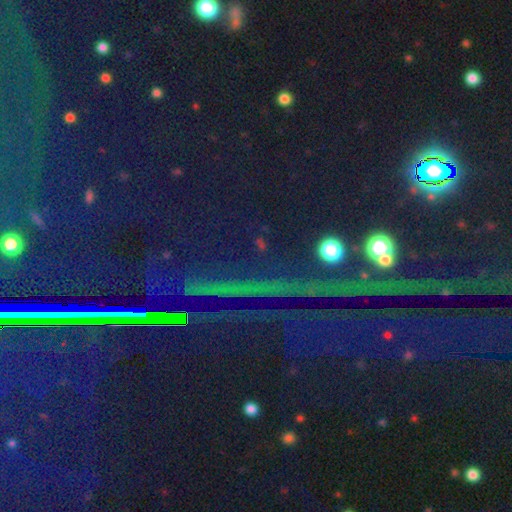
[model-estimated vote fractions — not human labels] Smooth or featured?
  - star or artifact: 85% *
  - smooth: 9%
  - featured or disk: 7%